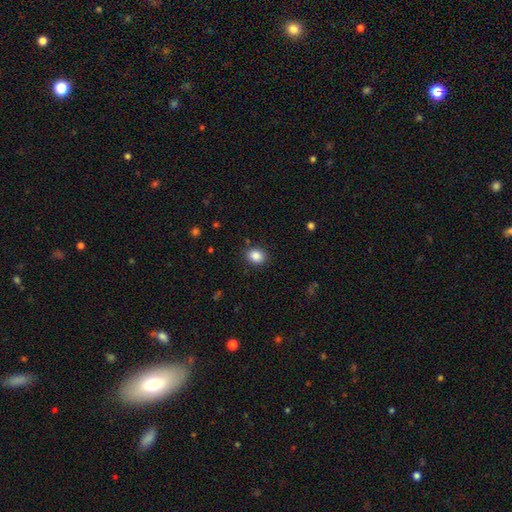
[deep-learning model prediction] Q: Smooth or featured?
A: smooth (87%); runner-up: star or artifact (9%)
Q: How rounded?
A: round (51%); runner-up: in between (48%)
Q: Merging?
A: none (87%); runner-up: minor disturbance (9%)